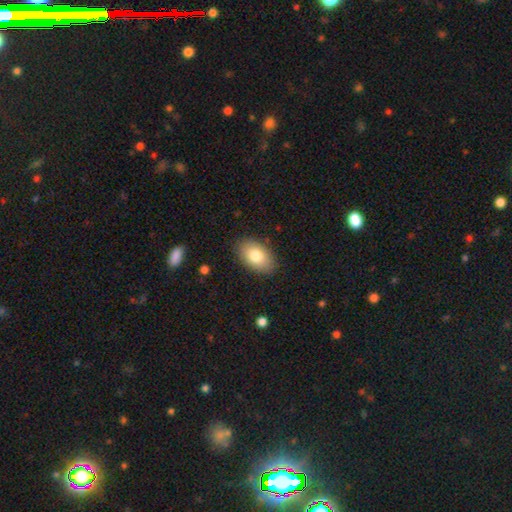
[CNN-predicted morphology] This appears to be a smooth galaxy with no disk features (80%) that is in between round and cigar-shaped (91%). Merging: none (86%).